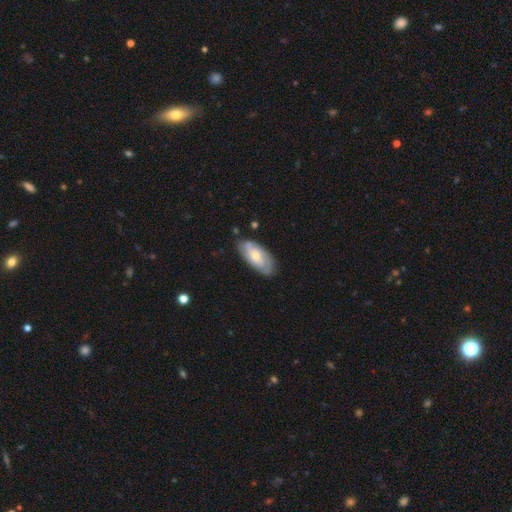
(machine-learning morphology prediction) smooth_or_featured: featured or disk (p=0.59) [alt: smooth p=0.36]
disk_edge_on: no (p=0.91) [alt: yes p=0.09]
bar: no (p=0.67) [alt: weak p=0.27]
has_spiral_arms: yes (p=0.82) [alt: no p=0.18]
bulge_size: moderate (p=0.48) [alt: small p=0.47]
merging: none (p=0.77) [alt: minor disturbance p=0.17]